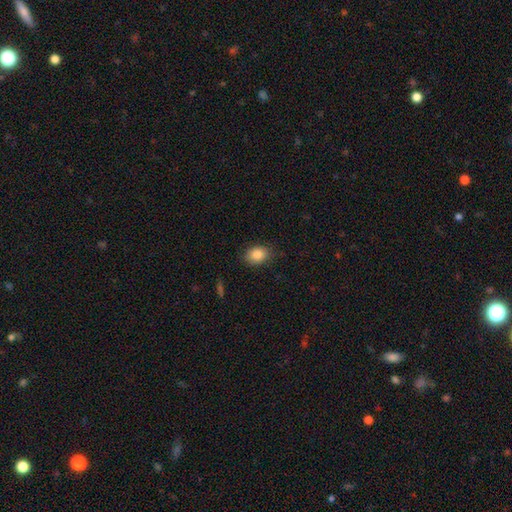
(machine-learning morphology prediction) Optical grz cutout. It shows a smooth galaxy with no disk features (86%) that is in between round and cigar-shaped (72%). Merging: none (85%).